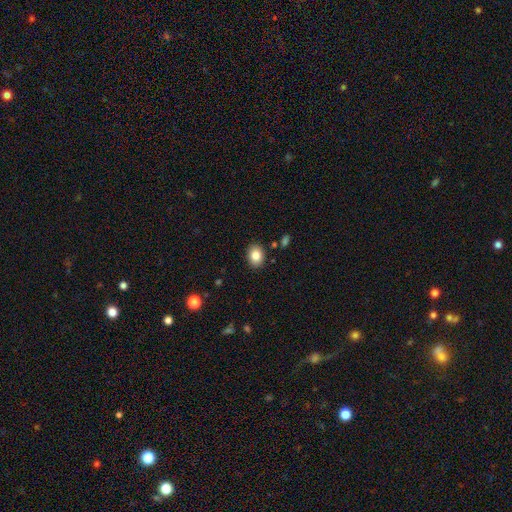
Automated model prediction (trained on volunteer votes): Smooth or featured?
  - smooth: 84% *
  - star or artifact: 9%
  - featured or disk: 7%
How rounded?
  - in between: 61% *
  - round: 38%
  - cigar-shaped: 1%
Merging?
  - none: 88% *
  - minor disturbance: 8%
  - major disturbance: 2%
  - merger: 2%